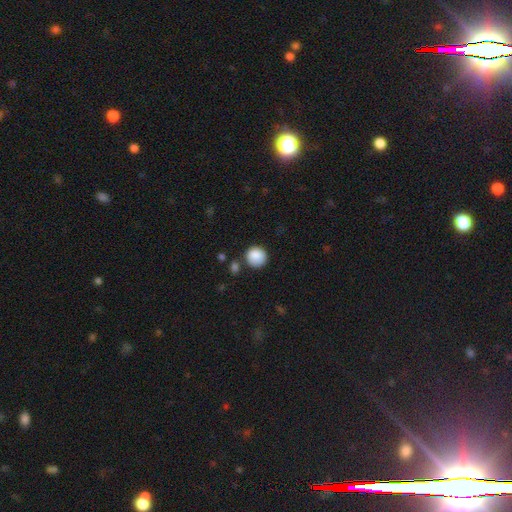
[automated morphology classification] The model was most divided on "merging": none: 76%, minor disturbance: 14%, merger: 6%, major disturbance: 4%. More confident: how rounded — round (91%); smooth or featured — smooth (88%).